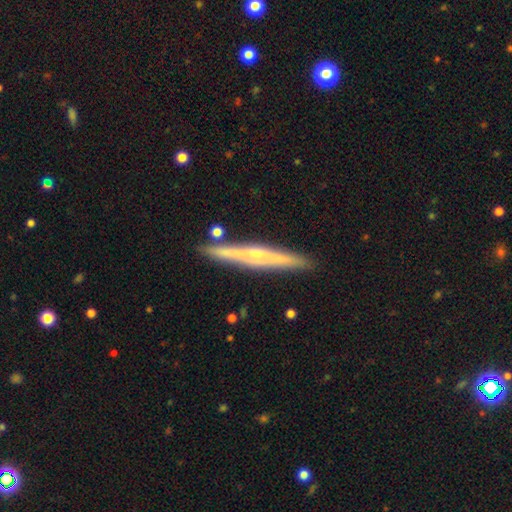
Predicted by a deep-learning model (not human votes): Smooth or featured? featured or disk (68%)
Edge-on disk? yes (97%)
Edge-on bulge? rounded (69%)
Merging? none (89%)